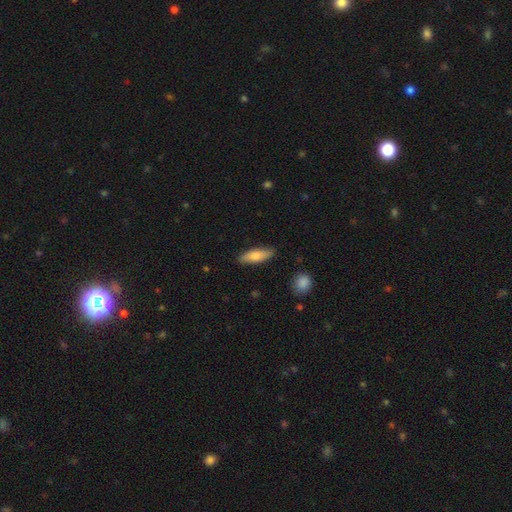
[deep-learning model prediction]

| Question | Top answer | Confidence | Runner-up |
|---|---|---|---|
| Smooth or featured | smooth | 77% | featured or disk (17%) |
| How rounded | in between | 52% | cigar-shaped (45%) |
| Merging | none | 87% | minor disturbance (10%) |